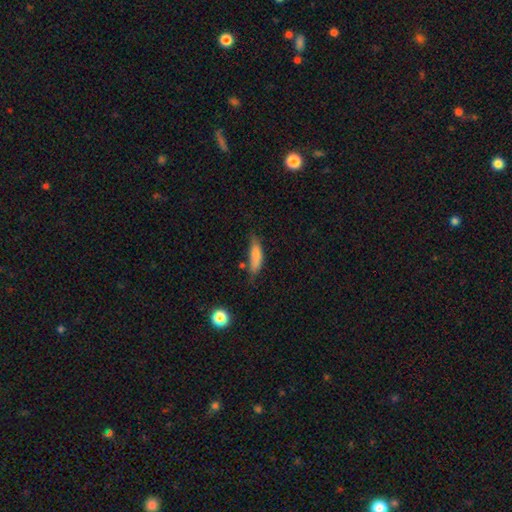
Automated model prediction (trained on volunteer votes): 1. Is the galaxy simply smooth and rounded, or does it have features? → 79% smooth, 13% featured or disk, 7% star or artifact.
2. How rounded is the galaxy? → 52% cigar-shaped, 46% in between, 2% round.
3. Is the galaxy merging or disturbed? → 50% none, 32% minor disturbance, 10% major disturbance, 7% merger.